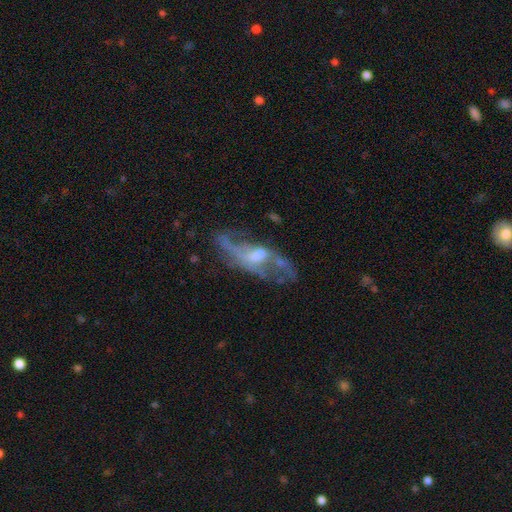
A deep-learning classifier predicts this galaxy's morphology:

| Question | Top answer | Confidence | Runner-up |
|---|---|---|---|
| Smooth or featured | featured or disk | 73% | smooth (18%) |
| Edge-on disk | no | 85% | yes (15%) |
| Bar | no | 46% | weak (41%) |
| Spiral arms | yes | 68% | no (32%) |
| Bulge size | moderate | 45% | small (26%) |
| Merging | none | 41% | major disturbance (31%) |